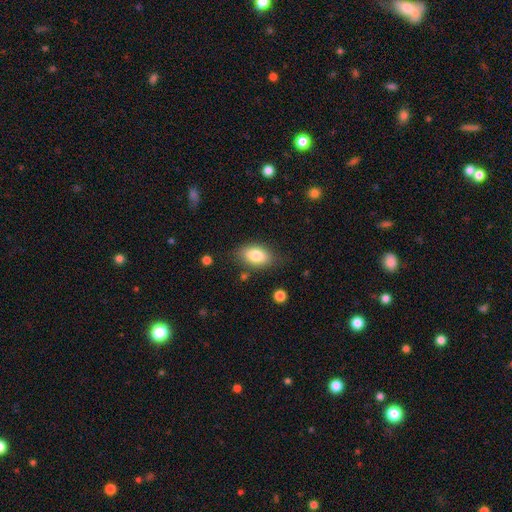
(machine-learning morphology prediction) Smooth or featured?
  - smooth: 82% *
  - featured or disk: 11%
  - star or artifact: 8%
How rounded?
  - in between: 89% *
  - round: 8%
  - cigar-shaped: 2%
Merging?
  - none: 79% *
  - minor disturbance: 15%
  - major disturbance: 4%
  - merger: 2%